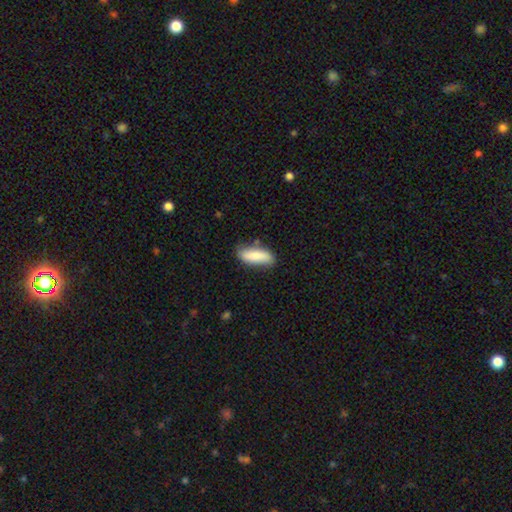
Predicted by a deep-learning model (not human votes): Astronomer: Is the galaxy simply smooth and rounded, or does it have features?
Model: smooth — 77%.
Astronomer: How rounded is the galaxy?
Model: in between — 64%.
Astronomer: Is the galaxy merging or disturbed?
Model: none — 70%.